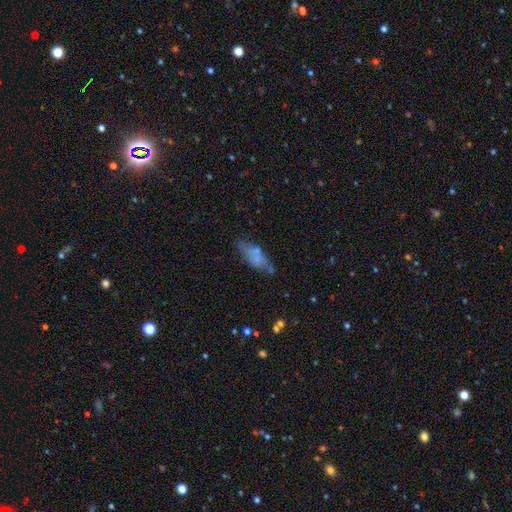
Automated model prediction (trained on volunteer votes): Smooth or featured? Predicted: smooth (p=0.63). How rounded? Predicted: in between (p=0.69). Merging? Predicted: none (p=0.53).